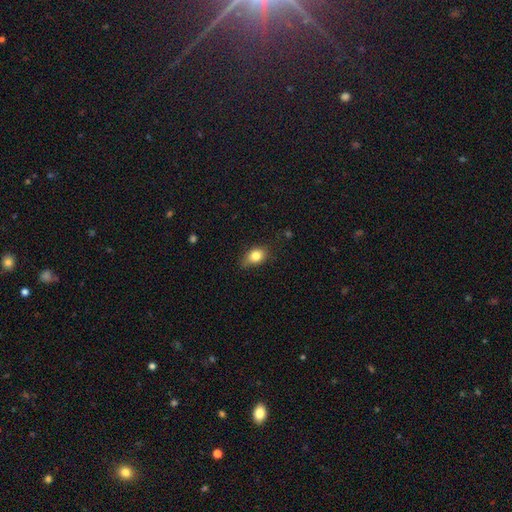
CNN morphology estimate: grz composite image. It shows a smooth galaxy with no disk features (81%) that is in between round and cigar-shaped (66%). Merging: none (64%).